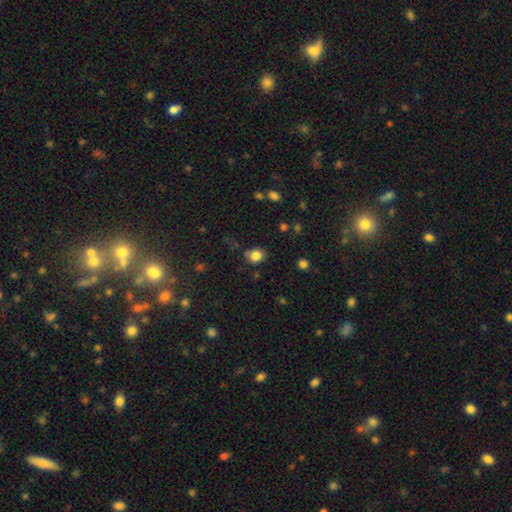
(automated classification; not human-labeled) Smooth or featured? Predicted: smooth (p=0.83). How rounded? Predicted: round (p=0.62). Merging? Predicted: none (p=0.69).